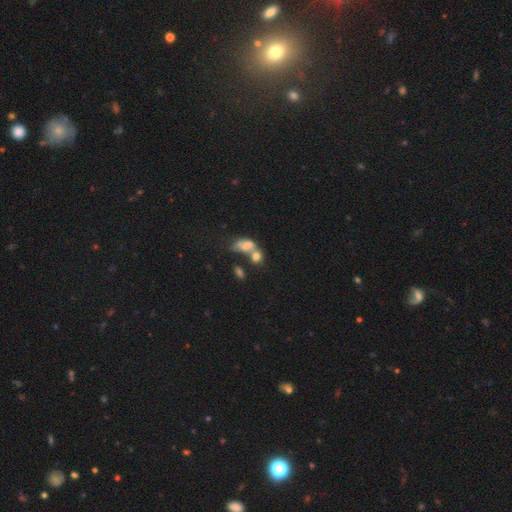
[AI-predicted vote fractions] Smooth or featured: smooth — 68% (featured or disk — 19%)
How rounded: in between — 69% (round — 26%)
Merging: merger — 56% (none — 22%)